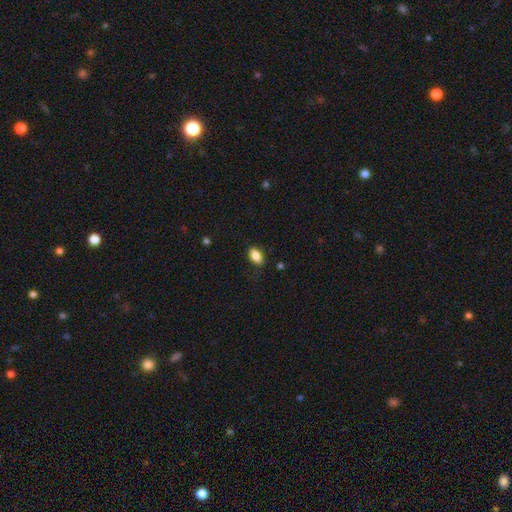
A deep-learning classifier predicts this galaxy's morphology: Overall: smooth (87%). How rounded: in between (90%). Merging: none (81%).